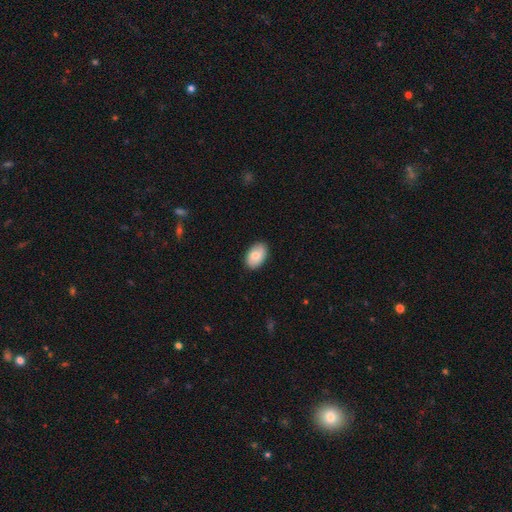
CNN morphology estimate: smooth_or_featured: smooth (p=0.80) [alt: featured or disk p=0.14]
how_rounded: in between (p=0.90) [alt: round p=0.08]
merging: none (p=0.88) [alt: minor disturbance p=0.09]